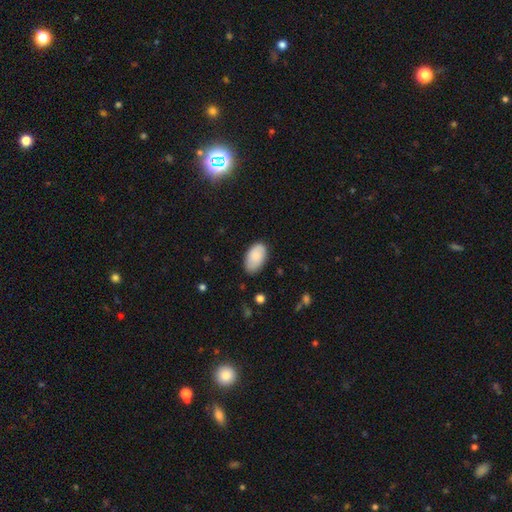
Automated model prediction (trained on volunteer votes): Q: Smooth or featured?
A: smooth (85%); runner-up: featured or disk (9%)
Q: How rounded?
A: in between (95%); runner-up: round (4%)
Q: Merging?
A: none (77%); runner-up: minor disturbance (18%)